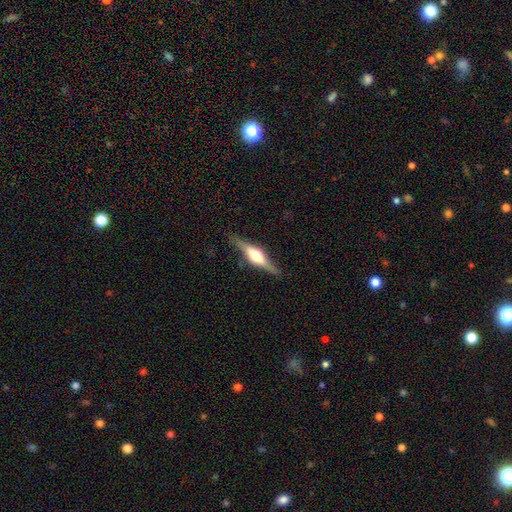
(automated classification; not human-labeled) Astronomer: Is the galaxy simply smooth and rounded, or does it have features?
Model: featured or disk — 75%.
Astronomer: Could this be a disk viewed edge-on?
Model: yes — 97%.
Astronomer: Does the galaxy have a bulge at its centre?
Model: rounded — 87%.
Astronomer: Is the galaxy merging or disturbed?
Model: none — 86%.